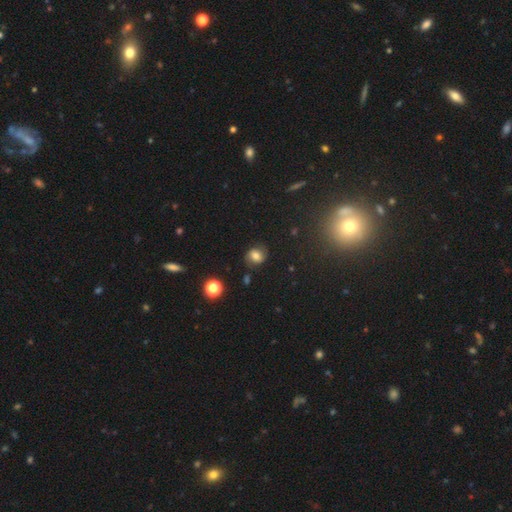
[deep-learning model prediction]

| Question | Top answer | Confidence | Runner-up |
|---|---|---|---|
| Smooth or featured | smooth | 60% | featured or disk (26%) |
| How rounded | round | 67% | in between (32%) |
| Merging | none | 76% | minor disturbance (16%) |